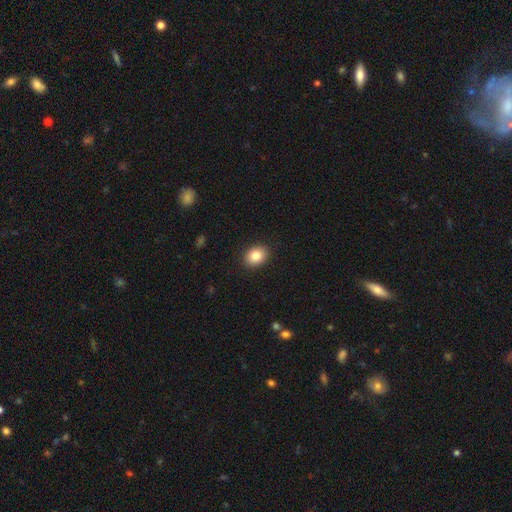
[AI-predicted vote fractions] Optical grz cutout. It shows a smooth galaxy with no disk features (84%) that is in between round and cigar-shaped (57%). Merging: none (89%).